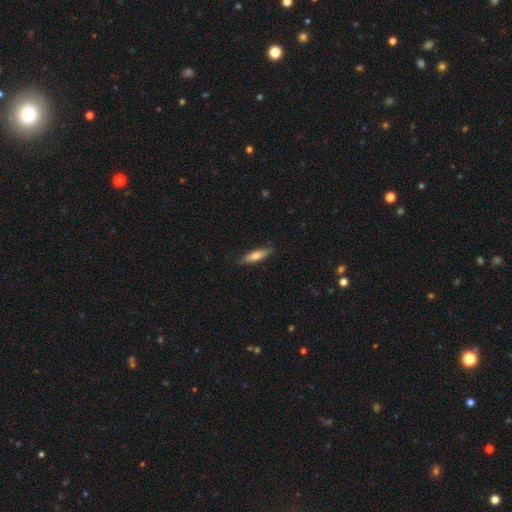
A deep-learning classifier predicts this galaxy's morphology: A smooth galaxy with no disk features (71%) that is cigar-shaped (66%).

Vote fractions:
- Smooth or featured? smooth: 71% / featured or disk: 23% / star or artifact: 6%
- How rounded? cigar-shaped: 66% / in between: 33% / round: 2%
- Merging? none: 81% / minor disturbance: 16% / major disturbance: 2% / merger: 1%